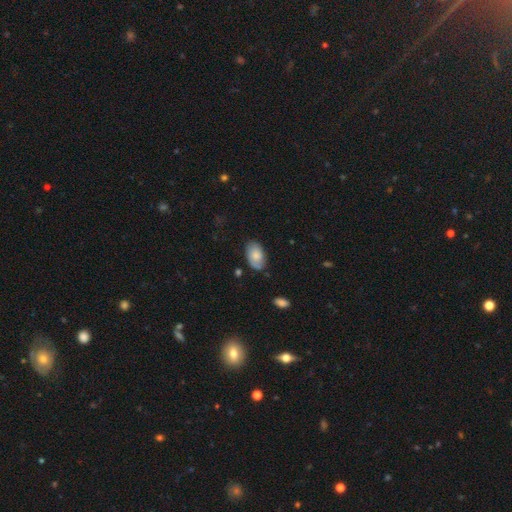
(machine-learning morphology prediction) smooth-or-featured: smooth: 69% | featured or disk: 24% | star or artifact: 7%
  how-rounded: in between: 92% | round: 7% | cigar-shaped: 1%
  merging: none: 73% | minor disturbance: 21% | major disturbance: 5% | merger: 2%